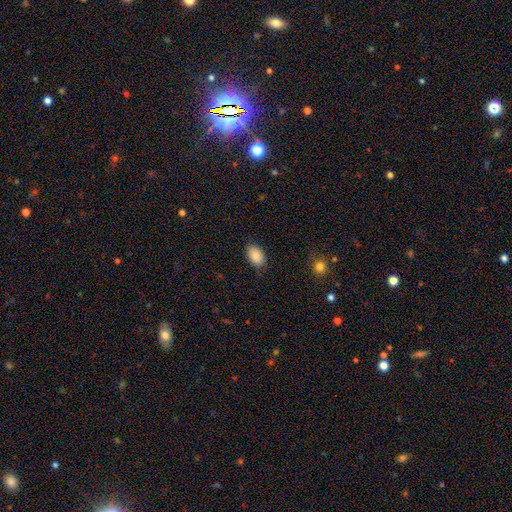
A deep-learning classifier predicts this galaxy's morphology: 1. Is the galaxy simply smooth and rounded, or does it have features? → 89% smooth, 7% star or artifact, 4% featured or disk.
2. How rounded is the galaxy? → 90% in between, 9% round, 1% cigar-shaped.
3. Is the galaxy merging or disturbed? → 84% none, 12% minor disturbance, 3% major disturbance, 1% merger.